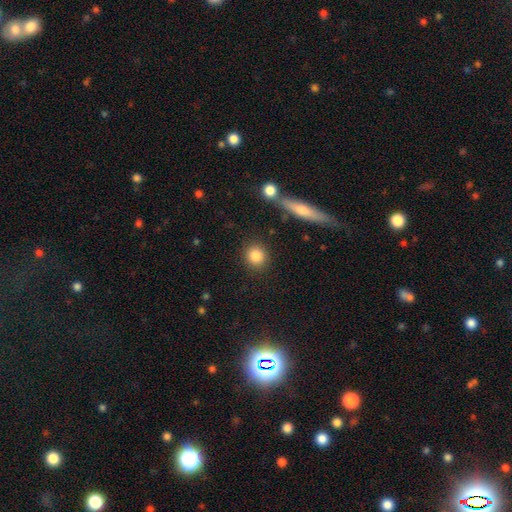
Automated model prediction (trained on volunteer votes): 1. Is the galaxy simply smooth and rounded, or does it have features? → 85% smooth, 9% star or artifact, 7% featured or disk.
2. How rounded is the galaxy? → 86% round, 12% in between, 2% cigar-shaped.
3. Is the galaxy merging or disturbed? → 87% none, 7% minor disturbance, 3% merger, 3% major disturbance.